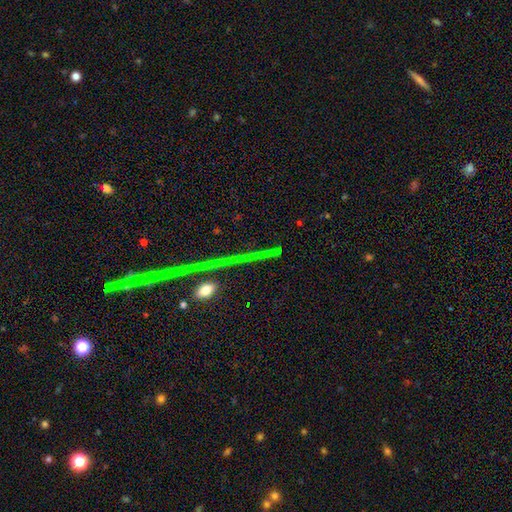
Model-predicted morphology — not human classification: Overall: star or artifact (75%).